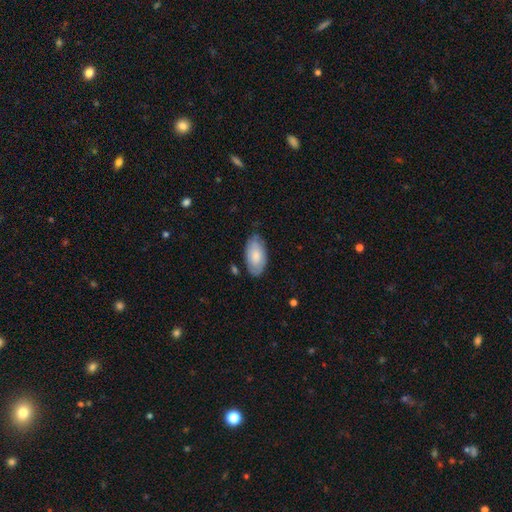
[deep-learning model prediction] The model was most divided on "smooth or featured": smooth: 72%, featured or disk: 22%, star or artifact: 6%. More confident: how rounded — in between (95%); merging — none (74%).